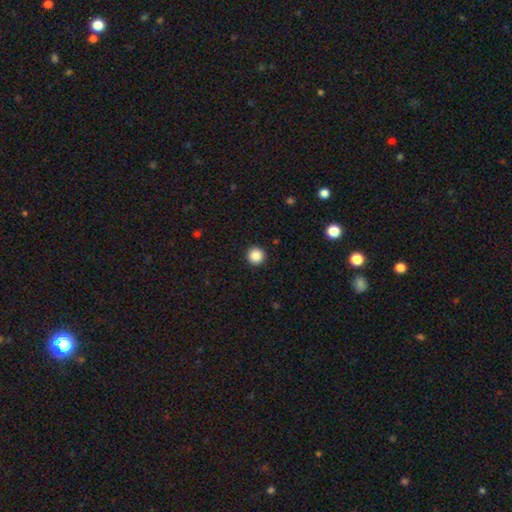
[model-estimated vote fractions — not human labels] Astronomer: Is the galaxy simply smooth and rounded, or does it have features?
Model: smooth — 87%.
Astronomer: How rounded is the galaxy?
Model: round — 96%.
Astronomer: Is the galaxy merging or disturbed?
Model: none — 93%.